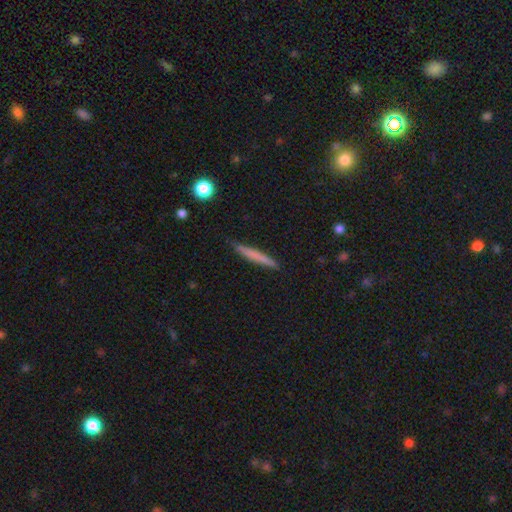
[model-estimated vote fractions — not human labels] A smooth galaxy with no disk features (66%) that is cigar-shaped (95%). Merging: none (87%).